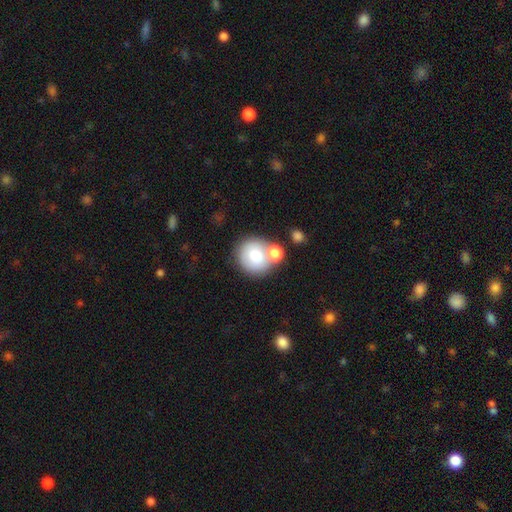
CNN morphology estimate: The model was most divided on "merging": none: 53%, merger: 32%, minor disturbance: 11%, major disturbance: 5%. More confident: how rounded — round (85%); smooth or featured — smooth (73%).